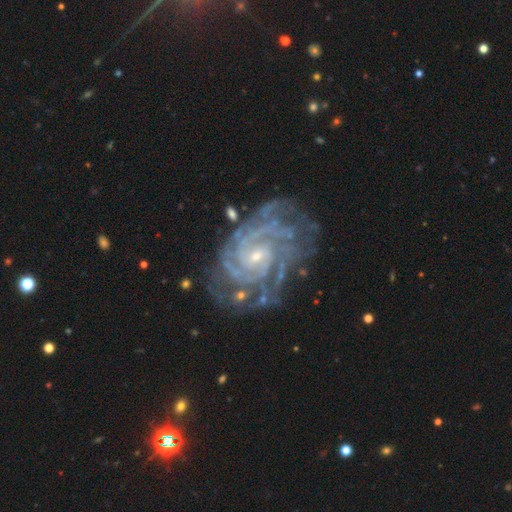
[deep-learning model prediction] smooth-or-featured: featured or disk: 91% | star or artifact: 6% | smooth: 3%
  disk-edge-on: no: 98% | yes: 2%
    bar: no: 52% | weak: 35% | strong: 12%
    has-spiral-arms: yes: 98% | no: 2%
      spiral-winding: tight: 76% | medium: 21% | loose: 3%
      spiral-arm-count: 2: 24% | 4: 20% | 3: 19% | can't tell: 18% | more than 4: 12% | 1: 8%
    bulge-size: small: 78% | moderate: 17% | none: 3% | large: 1% | dominant: 1%
  merging: none: 71% | minor disturbance: 19% | major disturbance: 8% | merger: 2%